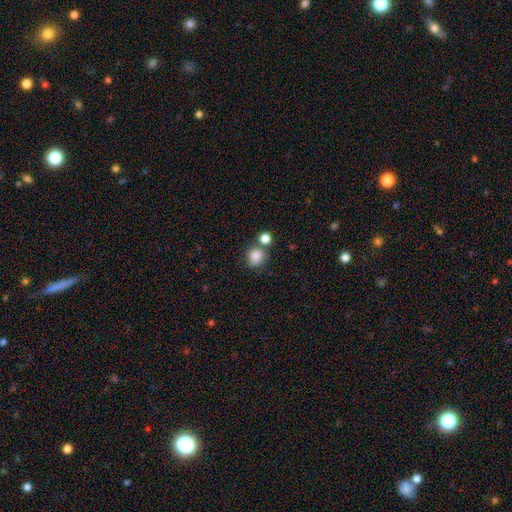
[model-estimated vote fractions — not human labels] Smooth or featured? smooth (83%)
How rounded? round (80%)
Merging? none (61%)